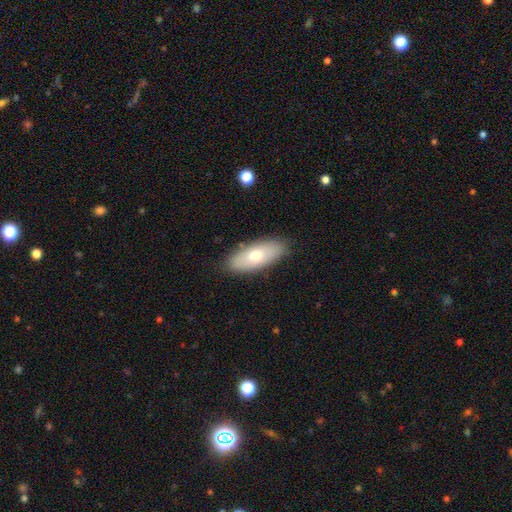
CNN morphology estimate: Smooth or featured? Predicted: smooth (p=0.66). How rounded? Predicted: in between (p=0.84). Merging? Predicted: none (p=0.86).